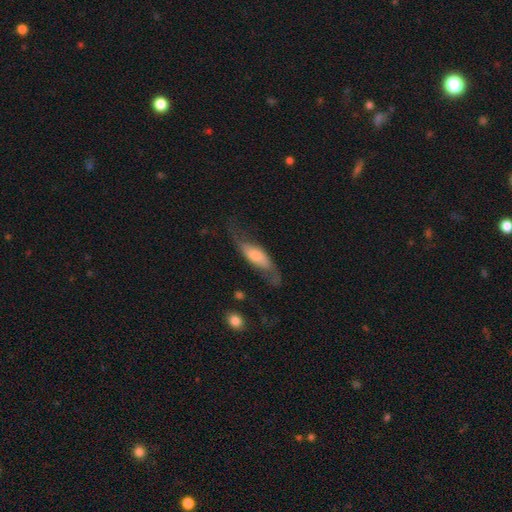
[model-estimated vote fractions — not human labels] Smooth or featured: featured or disk — 48% (smooth — 45%)
Merging: none — 51% (minor disturbance — 25%)